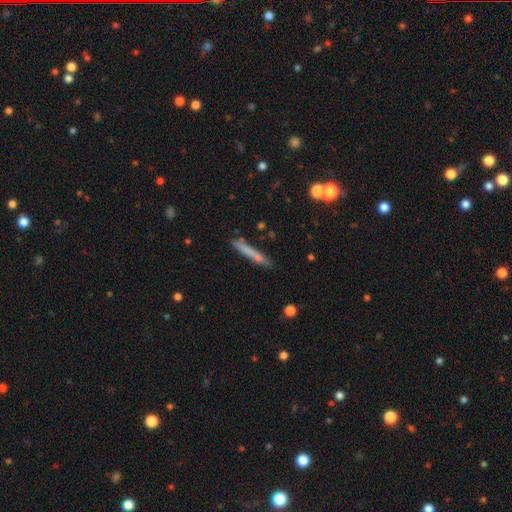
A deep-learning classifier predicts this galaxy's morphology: This is possibly a smooth galaxy (59%). How rounded: clearly cigar-shaped (94%). Merging: likely none (80%).